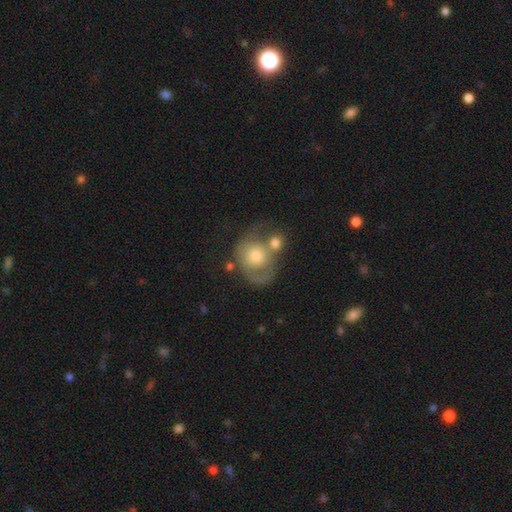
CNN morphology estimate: smooth-or-featured: smooth: 48% | featured or disk: 43% | star or artifact: 8%
  merging: merger: 33% | none: 28% | major disturbance: 22% | minor disturbance: 18%